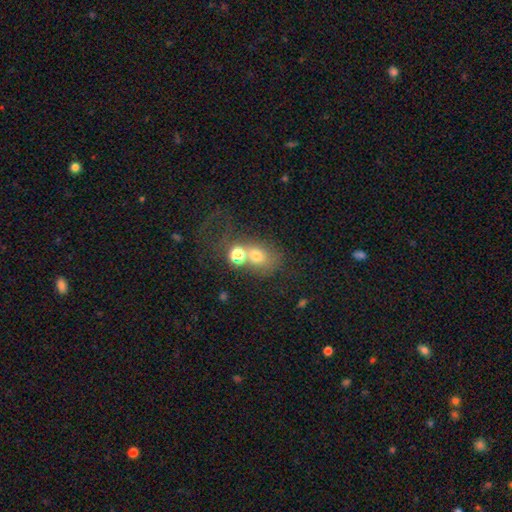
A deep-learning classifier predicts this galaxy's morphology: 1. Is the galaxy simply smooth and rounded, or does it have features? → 63% smooth, 19% star or artifact, 18% featured or disk.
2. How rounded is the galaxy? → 57% round, 42% in between, 1% cigar-shaped.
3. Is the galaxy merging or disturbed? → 41% merger, 33% none, 15% major disturbance, 11% minor disturbance.